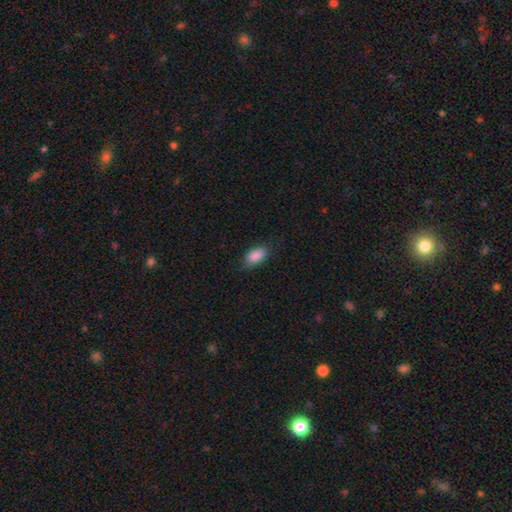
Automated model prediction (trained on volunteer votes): Overall: smooth (88%). How rounded: in between (91%). Merging: none (76%).